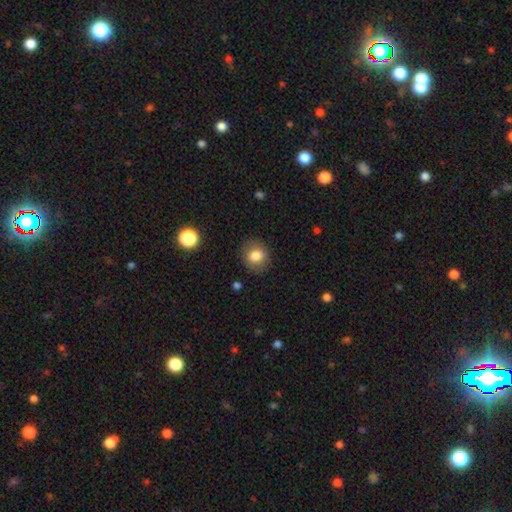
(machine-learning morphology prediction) This appears to be a smooth galaxy with no disk features (80%) that is round (70%). Merging: none (83%).